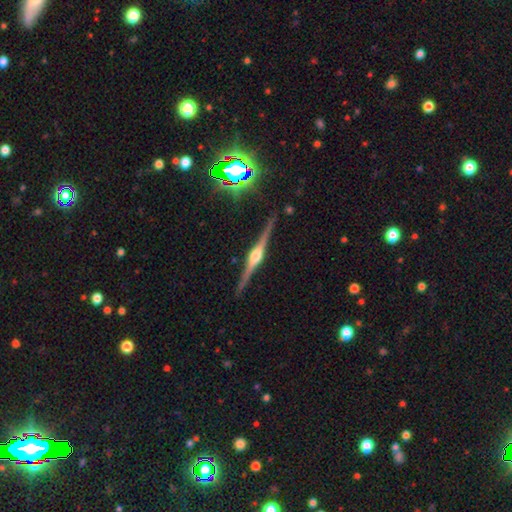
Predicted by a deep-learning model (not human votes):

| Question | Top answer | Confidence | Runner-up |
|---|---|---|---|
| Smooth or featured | featured or disk | 86% | smooth (8%) |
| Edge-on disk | yes | 98% | no (2%) |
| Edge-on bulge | rounded | 92% | boxy (6%) |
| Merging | none | 88% | minor disturbance (8%) |